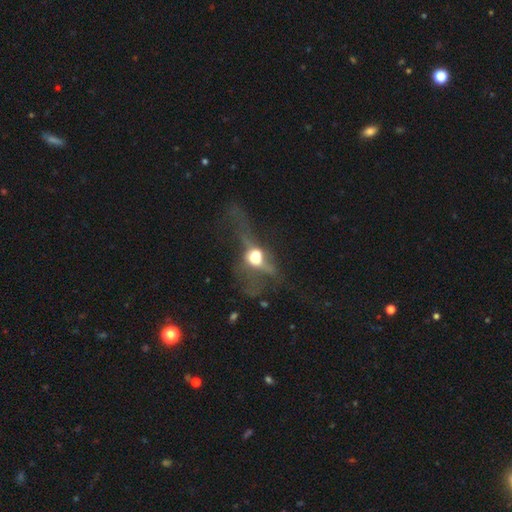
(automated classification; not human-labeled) smooth-or-featured: featured or disk: 51% | smooth: 35% | star or artifact: 14%
  disk-edge-on: no: 64% | yes: 36%
  merging: major disturbance: 58% | none: 21% | minor disturbance: 12% | merger: 9%